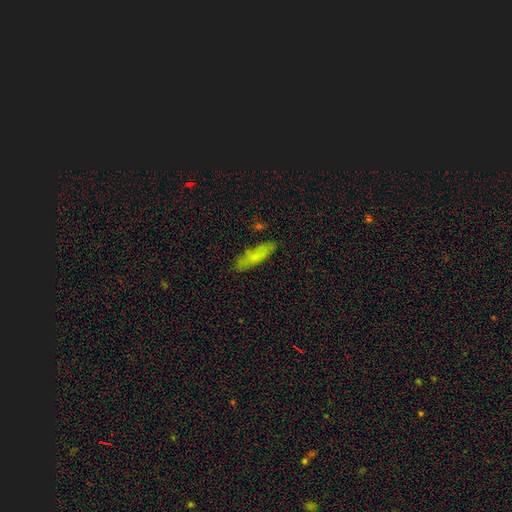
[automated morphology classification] A smooth galaxy with no disk features (72%) that is cigar-shaped (61%).

Vote fractions:
- Smooth or featured? smooth: 72% / featured or disk: 20% / star or artifact: 7%
- How rounded? cigar-shaped: 61% / in between: 37% / round: 2%
- Merging? none: 81% / minor disturbance: 14% / major disturbance: 3% / merger: 3%